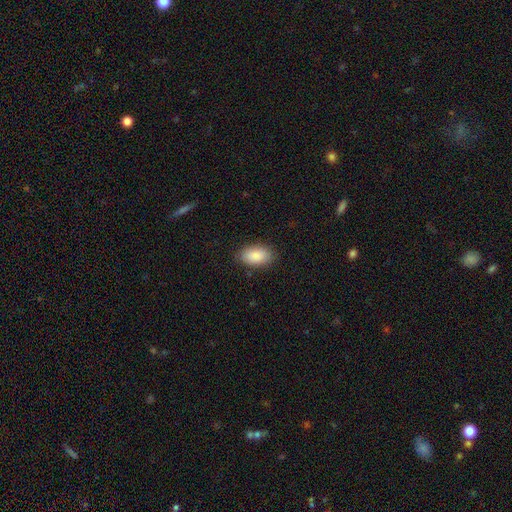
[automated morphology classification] Q: Smooth or featured?
A: smooth (89%); runner-up: star or artifact (6%)
Q: How rounded?
A: in between (94%); runner-up: round (4%)
Q: Merging?
A: none (86%); runner-up: minor disturbance (11%)